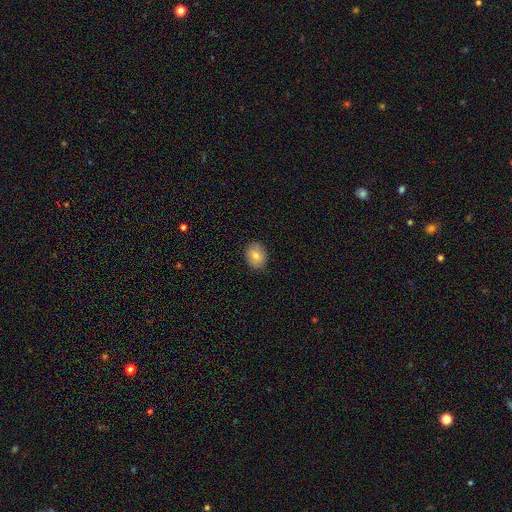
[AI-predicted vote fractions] Smooth or featured?
  - smooth: 76% *
  - featured or disk: 15%
  - star or artifact: 9%
How rounded?
  - round: 51% *
  - in between: 48%
  - cigar-shaped: 1%
Merging?
  - none: 85% *
  - minor disturbance: 11%
  - major disturbance: 2%
  - merger: 1%